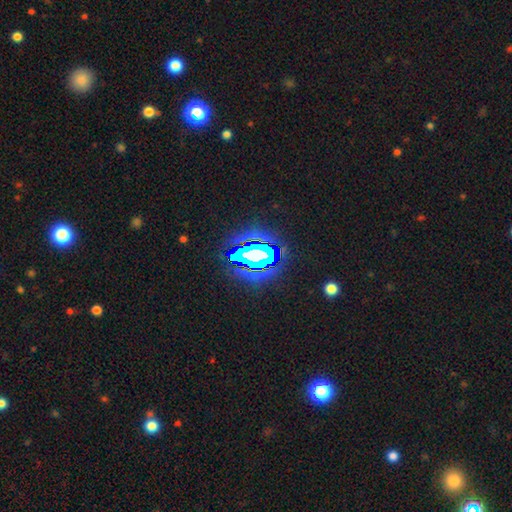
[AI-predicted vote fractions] Overall: star or artifact (71%).